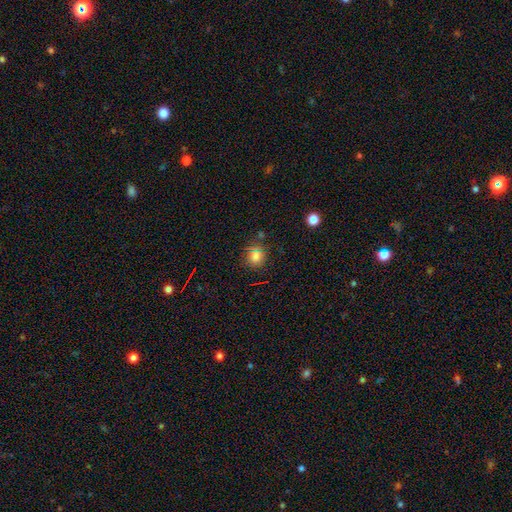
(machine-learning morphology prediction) Smooth or featured?
  - smooth: 73% *
  - star or artifact: 20%
  - featured or disk: 7%
How rounded?
  - round: 82% *
  - in between: 16%
  - cigar-shaped: 1%
Merging?
  - none: 82% *
  - minor disturbance: 12%
  - major disturbance: 4%
  - merger: 3%